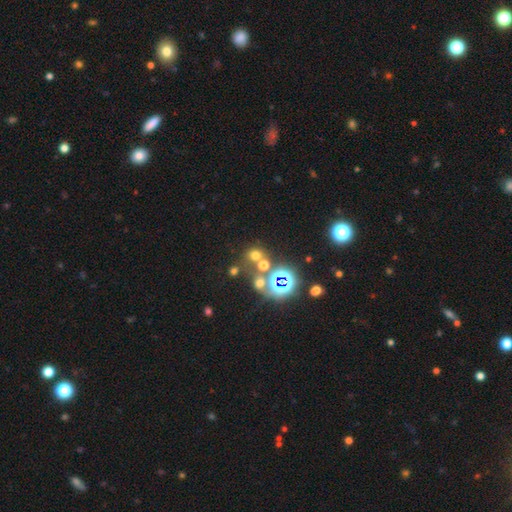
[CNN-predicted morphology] This appears to be a smooth galaxy with no disk features (54%) that is round (82%). Merging: none (59%).